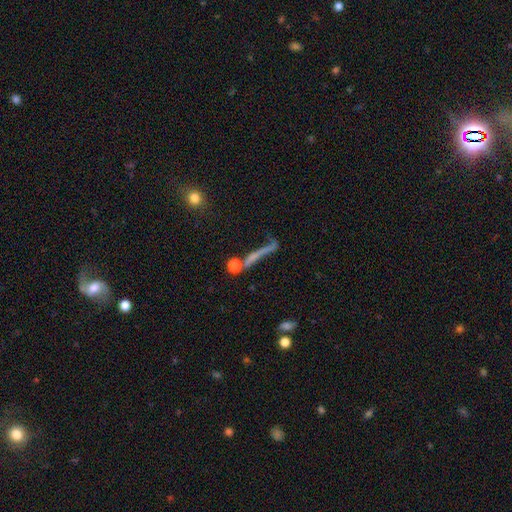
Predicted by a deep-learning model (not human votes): This appears to be a featured or disk galaxy (44%). Merging: none (44%).